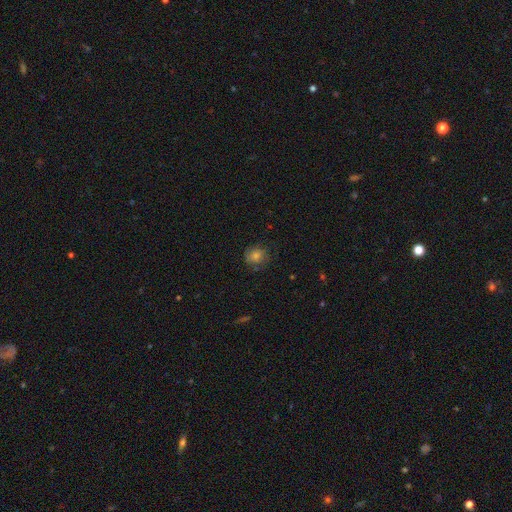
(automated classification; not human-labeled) A smooth galaxy with no disk features (63%) that is round (78%).

Vote fractions:
- Smooth or featured? smooth: 63% / featured or disk: 20% / star or artifact: 17%
- How rounded? round: 78% / in between: 21% / cigar-shaped: 1%
- Merging? none: 77% / minor disturbance: 17% / major disturbance: 5% / merger: 1%